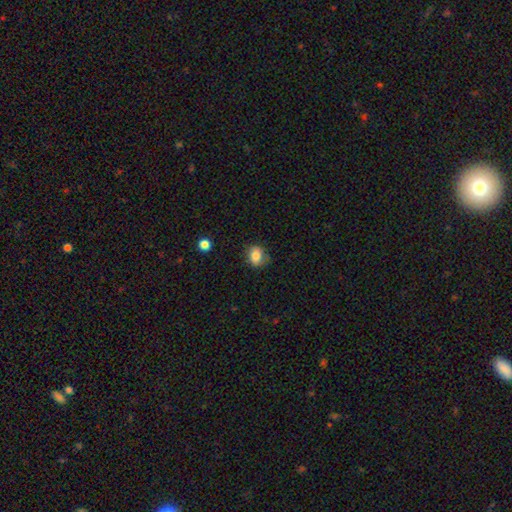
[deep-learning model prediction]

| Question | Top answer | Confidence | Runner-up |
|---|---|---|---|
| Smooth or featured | smooth | 82% | star or artifact (9%) |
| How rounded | round | 51% | in between (48%) |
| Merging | none | 72% | minor disturbance (21%) |